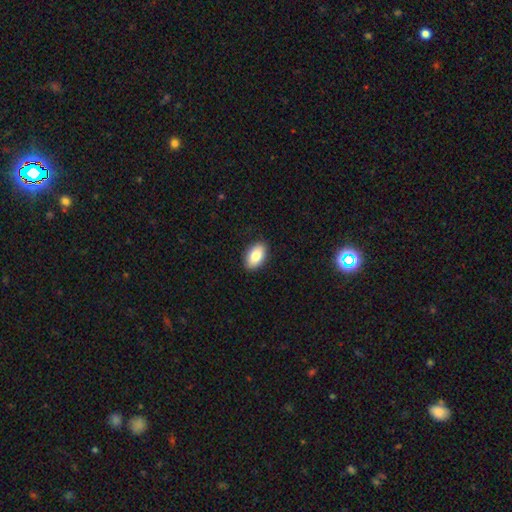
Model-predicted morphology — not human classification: Smooth or featured? smooth (85%)
How rounded? in between (93%)
Merging? none (89%)